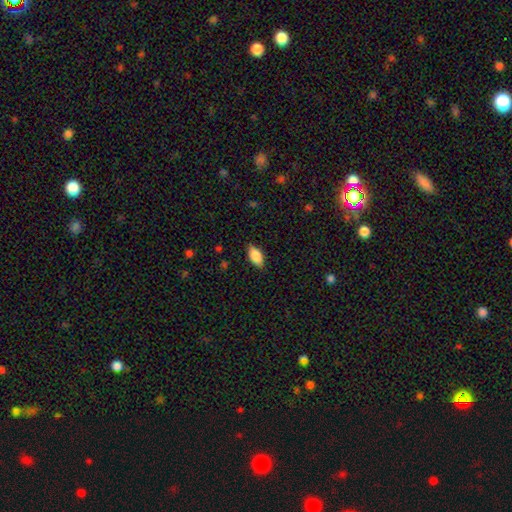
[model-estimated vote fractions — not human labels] smooth-or-featured: smooth: 84% | featured or disk: 9% | star or artifact: 7%
  how-rounded: in between: 89% | cigar-shaped: 8% | round: 3%
  merging: none: 85% | minor disturbance: 12% | major disturbance: 2% | merger: 1%